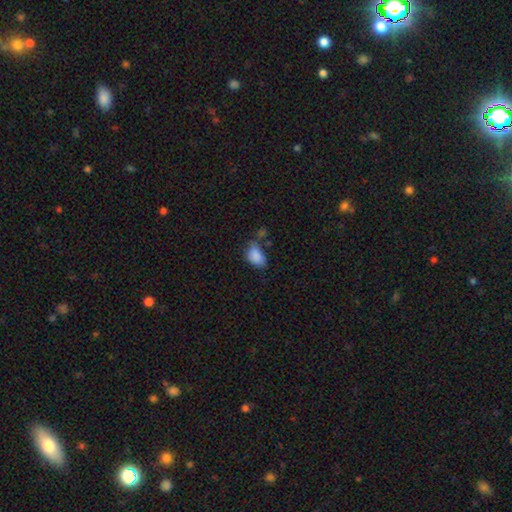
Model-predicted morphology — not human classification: smooth 85%, star or artifact 9%, featured or disk 6%. Down the decision tree: how rounded — in between (91%); merging — none (45%).